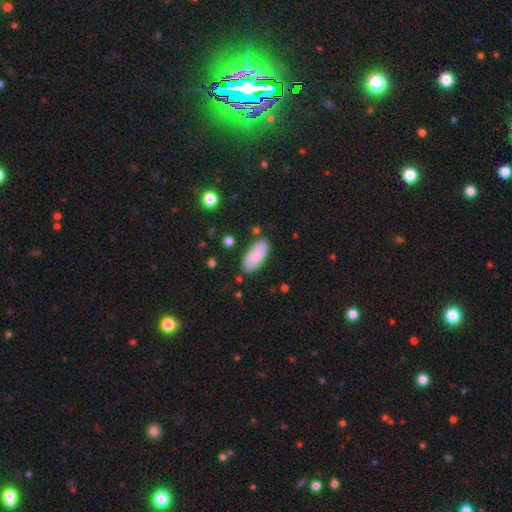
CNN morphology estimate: The model was most divided on "merging": none: 83%, minor disturbance: 12%, major disturbance: 2%, merger: 2%. More confident: how rounded — in between (90%); smooth or featured — smooth (83%).